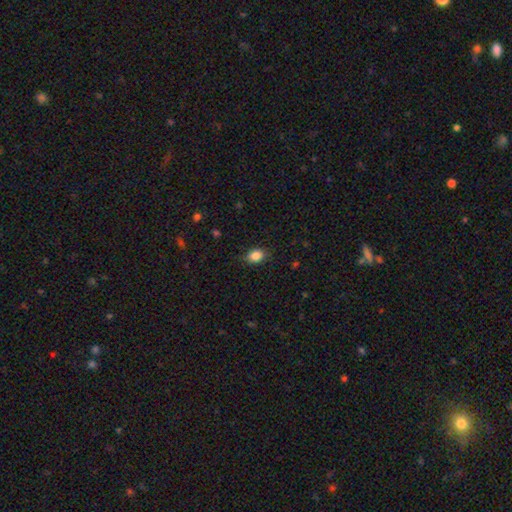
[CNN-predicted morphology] smooth-or-featured: smooth: 86% | star or artifact: 9% | featured or disk: 5%
  how-rounded: in between: 65% | round: 33% | cigar-shaped: 1%
  merging: none: 80% | minor disturbance: 16% | major disturbance: 3% | merger: 1%